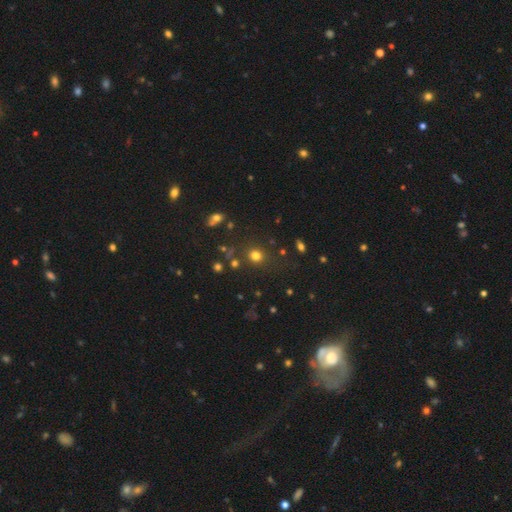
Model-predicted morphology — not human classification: Smooth or featured? Predicted: smooth (p=0.74). How rounded? Predicted: round (p=0.82). Merging? Predicted: none (p=0.80).